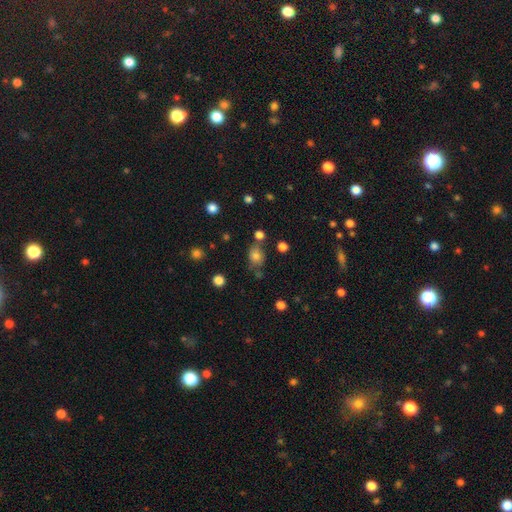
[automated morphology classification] Smooth or featured?
  - smooth: 78% *
  - star or artifact: 13%
  - featured or disk: 9%
How rounded?
  - in between: 51% *
  - round: 47%
  - cigar-shaped: 1%
Merging?
  - none: 67% *
  - minor disturbance: 16%
  - merger: 11%
  - major disturbance: 5%